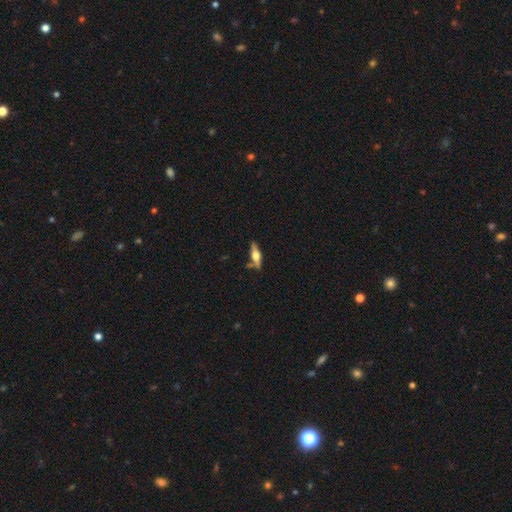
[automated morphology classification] Smooth or featured? Predicted: featured or disk (p=0.62). Edge-on disk? Predicted: yes (p=0.94). Edge-on bulge? Predicted: rounded (p=0.93). Merging? Predicted: none (p=0.72).